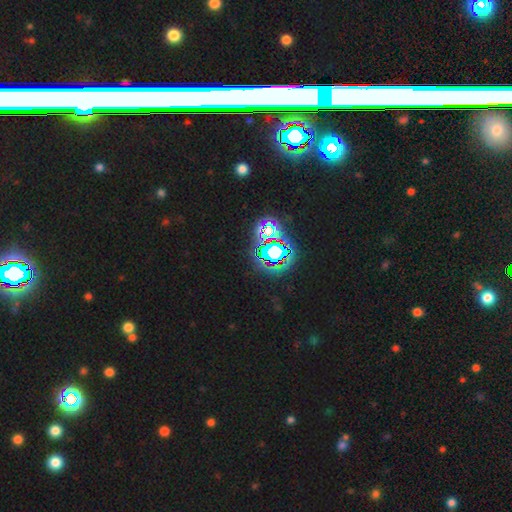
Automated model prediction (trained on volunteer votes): The model was most divided on "smooth or featured": star or artifact: 70%, smooth: 16%, featured or disk: 13%.